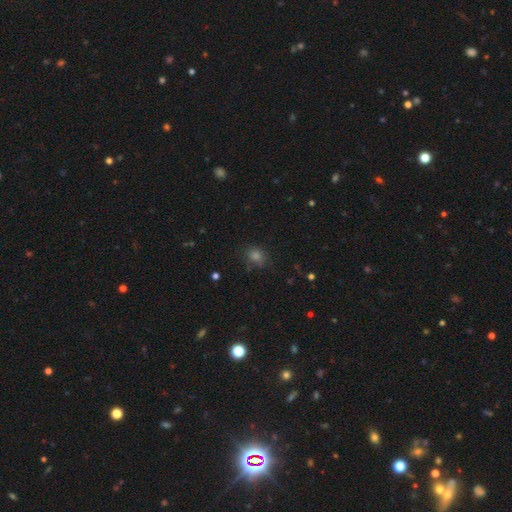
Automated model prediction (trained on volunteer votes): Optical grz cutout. It shows a smooth galaxy with no disk features (69%) that is round (71%). Merging: none (81%).